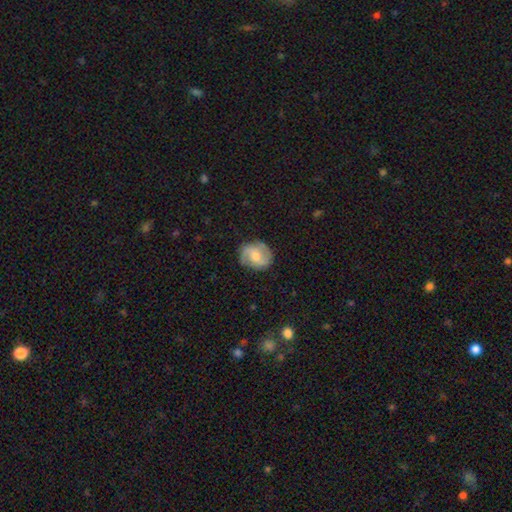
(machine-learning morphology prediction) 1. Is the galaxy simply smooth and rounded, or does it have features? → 69% featured or disk, 24% smooth, 7% star or artifact.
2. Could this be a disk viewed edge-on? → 98% no, 2% yes.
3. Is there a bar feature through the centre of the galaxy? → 46% weak, 43% no, 11% strong.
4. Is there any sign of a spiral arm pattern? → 94% yes, 6% no.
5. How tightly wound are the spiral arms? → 49% medium, 28% loose, 23% tight.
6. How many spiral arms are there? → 82% 2, 7% can't tell, 5% 3, 3% 1, 1% 4, 1% more than 4.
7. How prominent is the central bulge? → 46% moderate, 38% small, 8% none, 6% large, 1% dominant.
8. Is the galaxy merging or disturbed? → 78% none, 15% minor disturbance, 5% major disturbance, 1% merger.